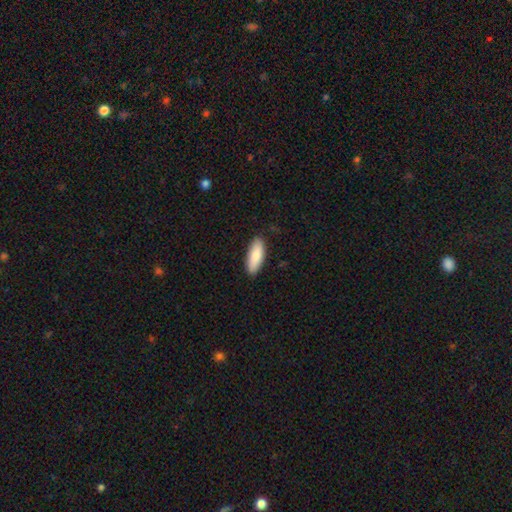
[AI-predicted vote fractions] smooth_or_featured: smooth (p=0.87) [alt: featured or disk p=0.08]
how_rounded: in between (p=0.70) [alt: cigar-shaped p=0.28]
merging: none (p=0.88) [alt: minor disturbance p=0.09]